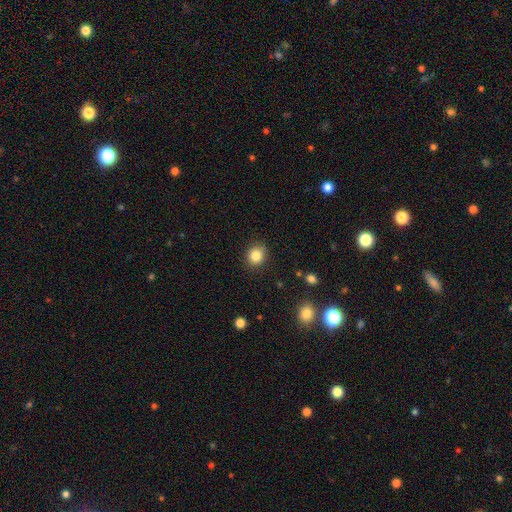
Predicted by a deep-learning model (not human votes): Smooth or featured?
  - smooth: 84% *
  - star or artifact: 11%
  - featured or disk: 5%
How rounded?
  - round: 78% *
  - in between: 21%
  - cigar-shaped: 1%
Merging?
  - none: 86% *
  - minor disturbance: 10%
  - major disturbance: 2%
  - merger: 1%